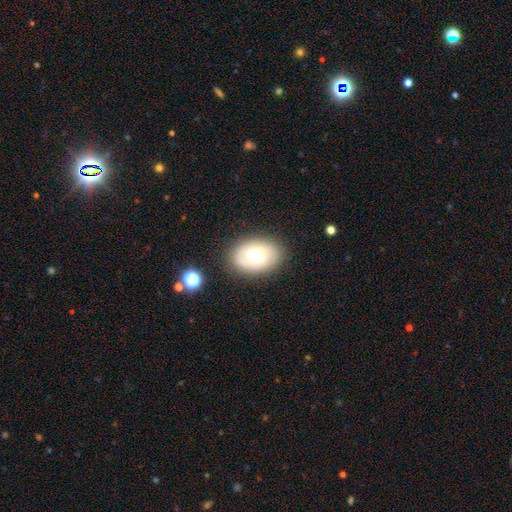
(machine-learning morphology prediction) Smooth or featured? Predicted: smooth (p=0.49). Merging? Predicted: none (p=0.81).